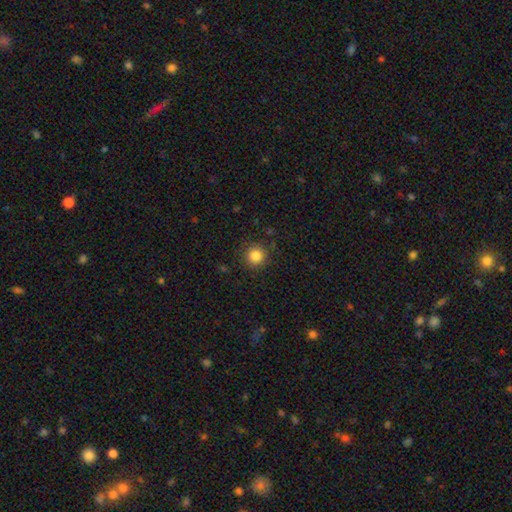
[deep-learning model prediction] Morphology: type=smooth (84%); roundness=round (94%); merging=none (88%).